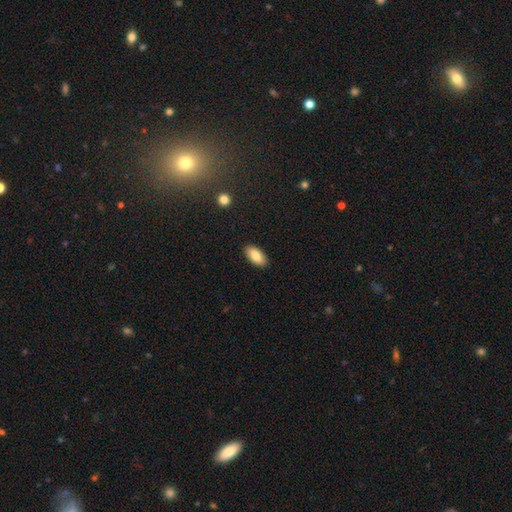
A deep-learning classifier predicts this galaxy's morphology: Smooth or featured? Predicted: smooth (p=0.84). How rounded? Predicted: in between (p=0.93). Merging? Predicted: none (p=0.90).